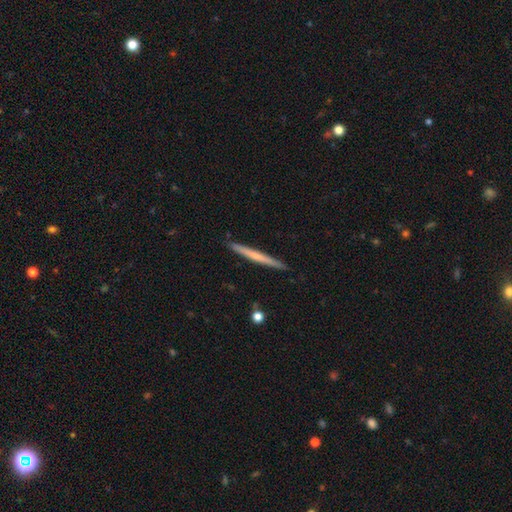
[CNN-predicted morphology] Smooth or featured?
  - smooth: 48% *
  - featured or disk: 47%
  - star or artifact: 5%
Merging?
  - none: 91% *
  - minor disturbance: 6%
  - major disturbance: 1%
  - merger: 1%